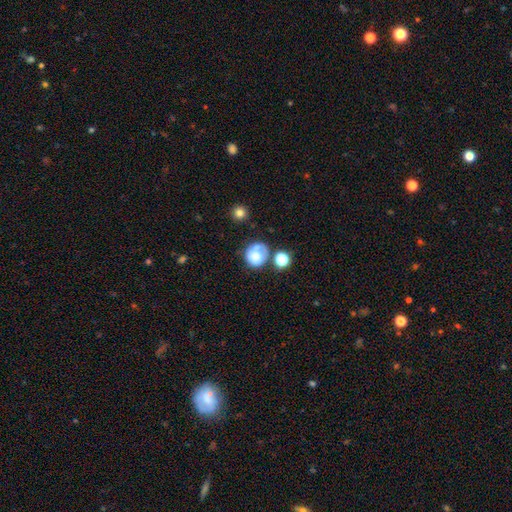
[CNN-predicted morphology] This is likely a smooth galaxy (71%). How rounded: likely round (79%). Merging: possibly none (46%).